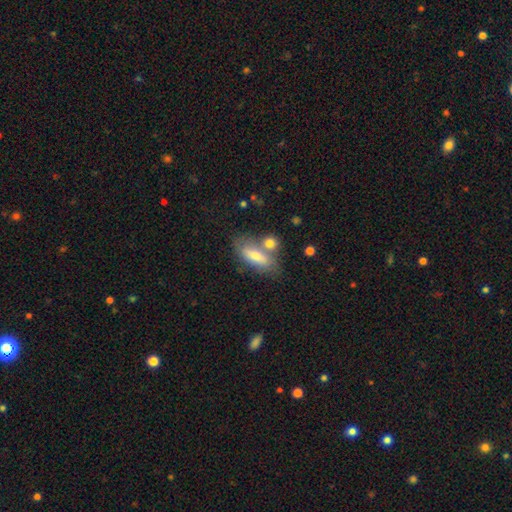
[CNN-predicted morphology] This appears to be a smooth galaxy with no disk features (68%) that is in between round and cigar-shaped (64%). Merging: none (57%).